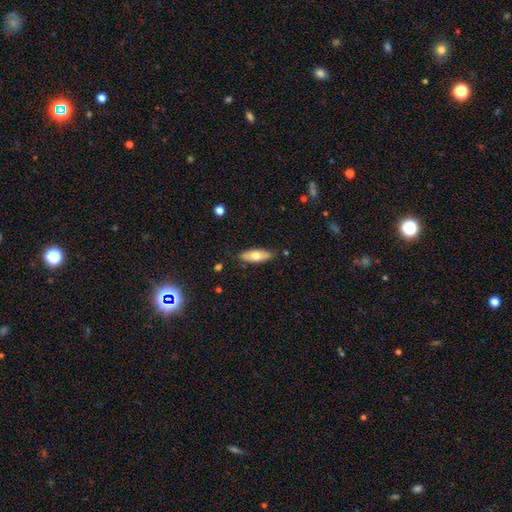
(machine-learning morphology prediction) The model was most divided on "how rounded": in between: 67%, cigar-shaped: 31%, round: 2%. More confident: merging — none (83%); smooth or featured — smooth (66%).